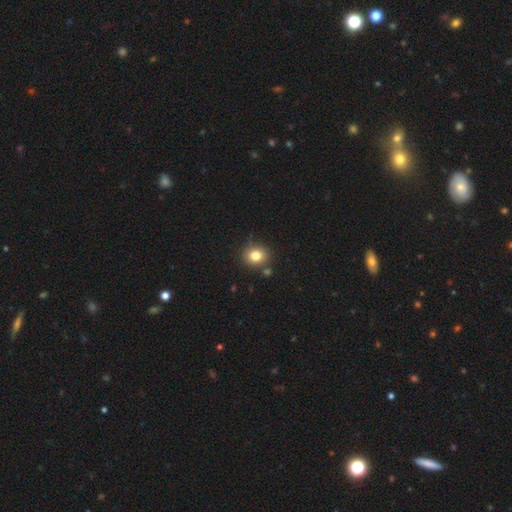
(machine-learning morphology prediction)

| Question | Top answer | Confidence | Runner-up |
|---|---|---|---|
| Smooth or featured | smooth | 80% | star or artifact (12%) |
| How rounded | round | 77% | in between (22%) |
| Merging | none | 80% | minor disturbance (11%) |